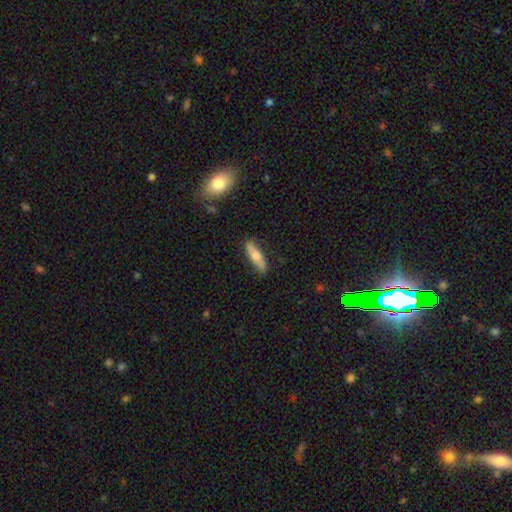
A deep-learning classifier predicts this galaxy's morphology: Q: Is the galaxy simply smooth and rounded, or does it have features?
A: smooth — 64%.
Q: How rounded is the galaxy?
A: cigar-shaped — 68%.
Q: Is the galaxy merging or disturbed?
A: none — 85%.